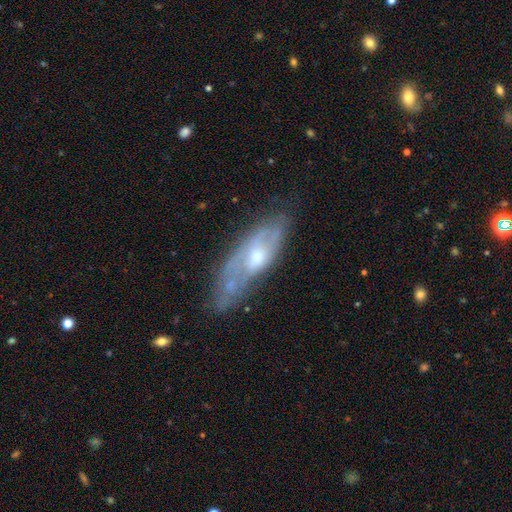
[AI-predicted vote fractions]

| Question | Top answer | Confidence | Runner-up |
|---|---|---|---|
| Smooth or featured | featured or disk | 69% | smooth (24%) |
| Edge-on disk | no | 71% | yes (29%) |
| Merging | none | 56% | minor disturbance (28%) |